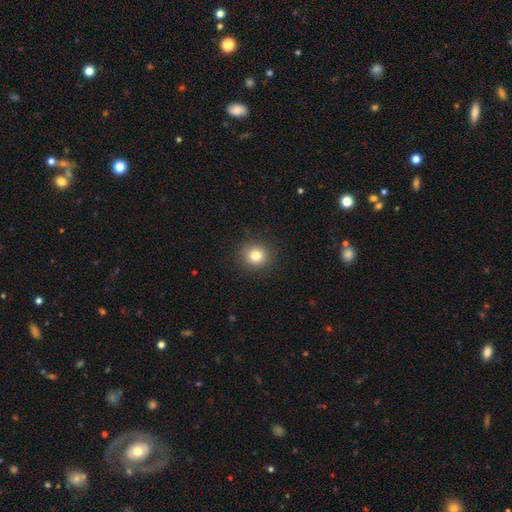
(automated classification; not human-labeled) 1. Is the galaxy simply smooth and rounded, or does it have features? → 81% smooth, 12% star or artifact, 7% featured or disk.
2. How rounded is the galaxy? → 87% round, 12% in between, 1% cigar-shaped.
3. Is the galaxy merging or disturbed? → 90% none, 7% minor disturbance, 2% major disturbance, 1% merger.